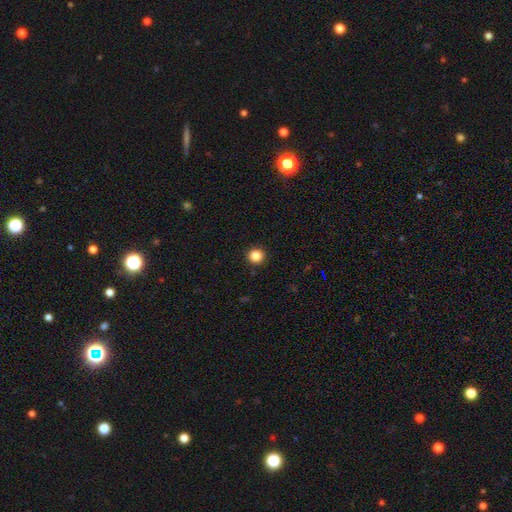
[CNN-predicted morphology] Smooth or featured?
  - smooth: 85% *
  - star or artifact: 11%
  - featured or disk: 4%
How rounded?
  - round: 94% *
  - in between: 5%
  - cigar-shaped: 1%
Merging?
  - none: 93% *
  - minor disturbance: 4%
  - major disturbance: 2%
  - merger: 1%